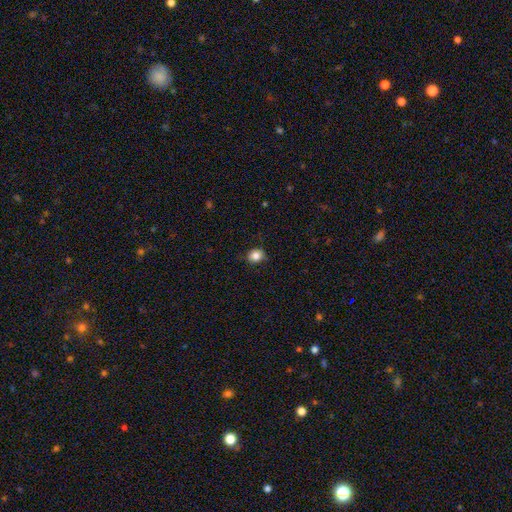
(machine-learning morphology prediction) A smooth galaxy with no disk features (85%) that is round (68%).

Vote fractions:
- Smooth or featured? smooth: 85% / star or artifact: 10% / featured or disk: 5%
- How rounded? round: 68% / in between: 31% / cigar-shaped: 1%
- Merging? none: 85% / minor disturbance: 12% / major disturbance: 2% / merger: 1%